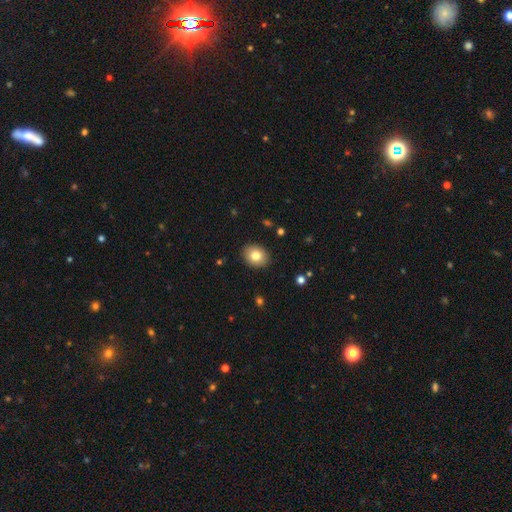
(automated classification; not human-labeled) Smooth or featured? smooth (81%)
How rounded? in between (51%)
Merging? none (90%)